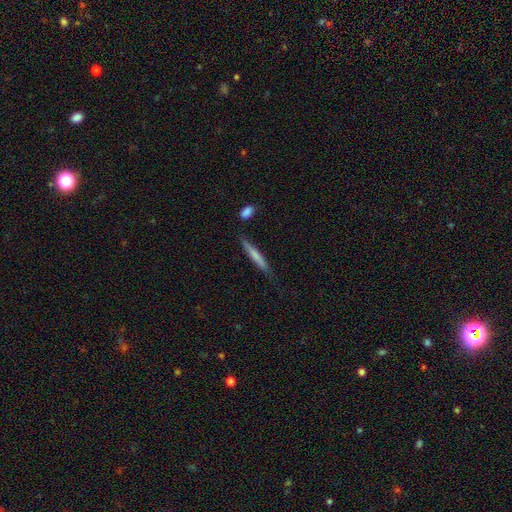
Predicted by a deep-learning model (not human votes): Smooth or featured?
  - smooth: 67% *
  - featured or disk: 27%
  - star or artifact: 6%
How rounded?
  - cigar-shaped: 93% *
  - in between: 5%
  - round: 1%
Merging?
  - none: 73% *
  - minor disturbance: 18%
  - merger: 5%
  - major disturbance: 4%